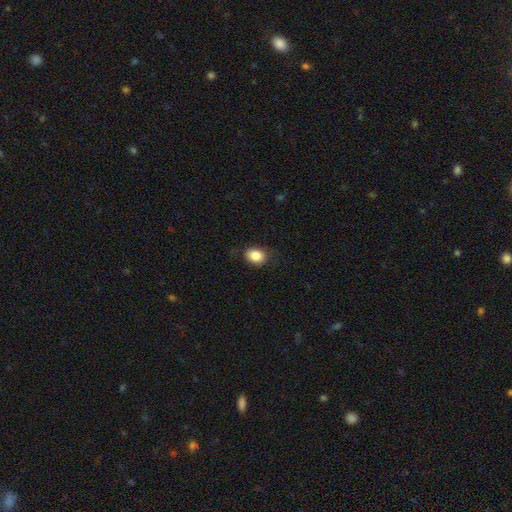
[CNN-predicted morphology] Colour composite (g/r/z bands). It shows a smooth galaxy with no disk features (86%) that is in between round and cigar-shaped (64%). Merging: none (81%).